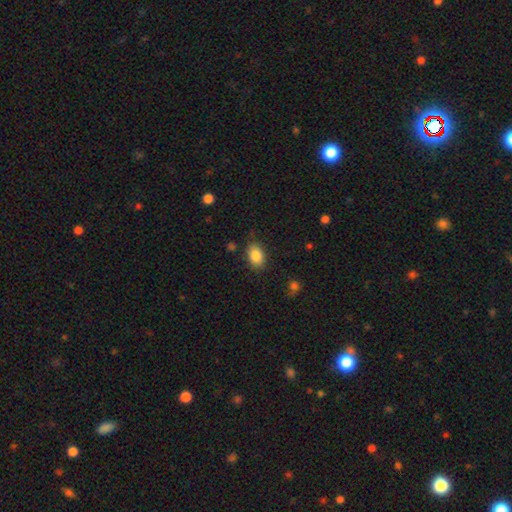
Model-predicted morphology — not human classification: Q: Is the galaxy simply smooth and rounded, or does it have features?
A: smooth — 86%.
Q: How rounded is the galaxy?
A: in between — 82%.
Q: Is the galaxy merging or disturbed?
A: none — 81%.